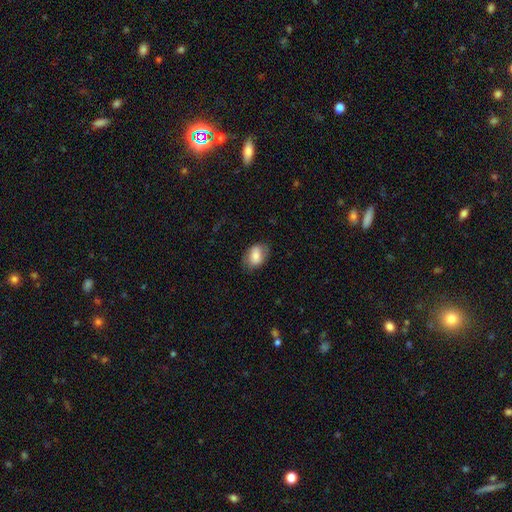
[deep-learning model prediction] Smooth or featured? smooth (75%)
How rounded? in between (83%)
Merging? none (73%)